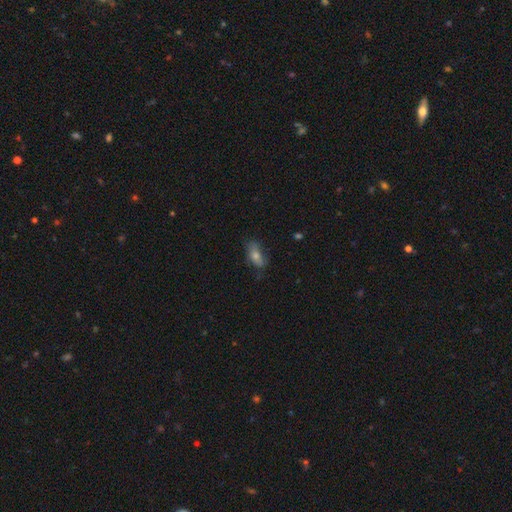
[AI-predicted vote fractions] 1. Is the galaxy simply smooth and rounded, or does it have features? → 62% smooth, 24% featured or disk, 14% star or artifact.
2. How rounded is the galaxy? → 77% in between, 16% cigar-shaped, 6% round.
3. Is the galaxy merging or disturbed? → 66% none, 25% minor disturbance, 8% major disturbance, 2% merger.